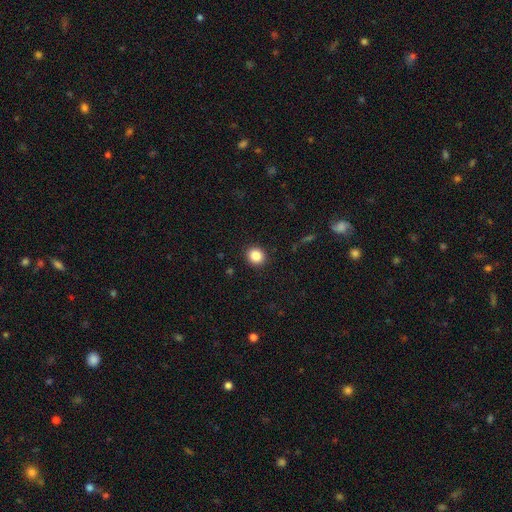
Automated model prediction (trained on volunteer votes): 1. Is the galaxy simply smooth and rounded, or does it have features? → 86% smooth, 10% star or artifact, 4% featured or disk.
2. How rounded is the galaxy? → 83% round, 16% in between, 1% cigar-shaped.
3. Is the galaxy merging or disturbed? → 92% none, 5% minor disturbance, 2% major disturbance, 1% merger.